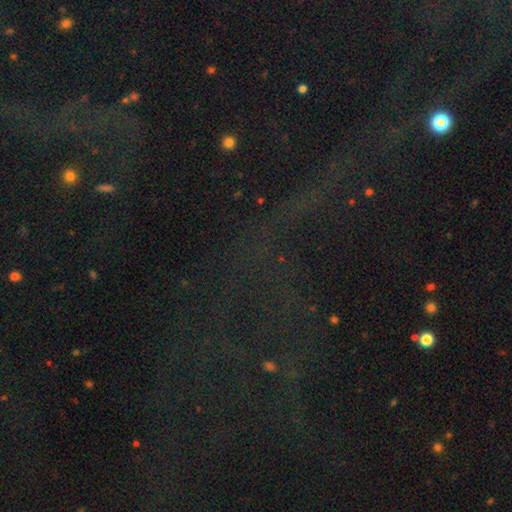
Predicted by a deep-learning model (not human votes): This appears to be a star or artifact, not a galaxy (73%).